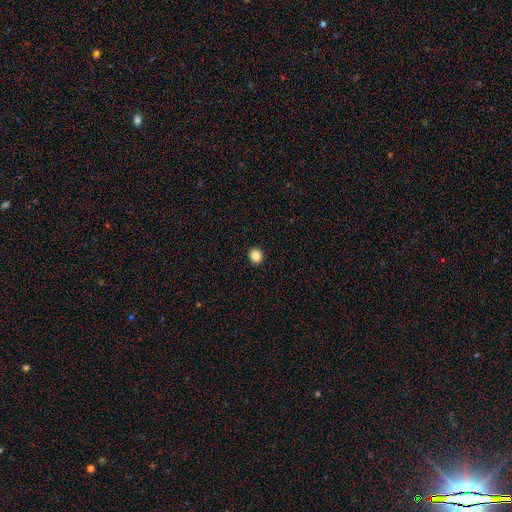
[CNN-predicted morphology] Smooth or featured? smooth (86%)
How rounded? round (77%)
Merging? none (93%)